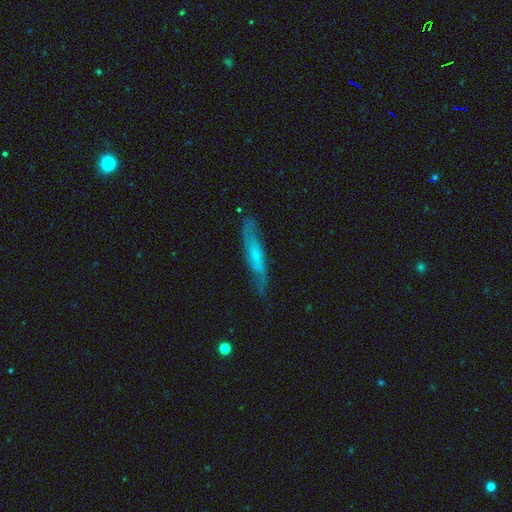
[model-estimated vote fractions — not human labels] Smooth or featured: featured or disk — 56% (smooth — 37%)
Edge-on disk: yes — 51% (no — 49%)
Merging: none — 71% (minor disturbance — 21%)